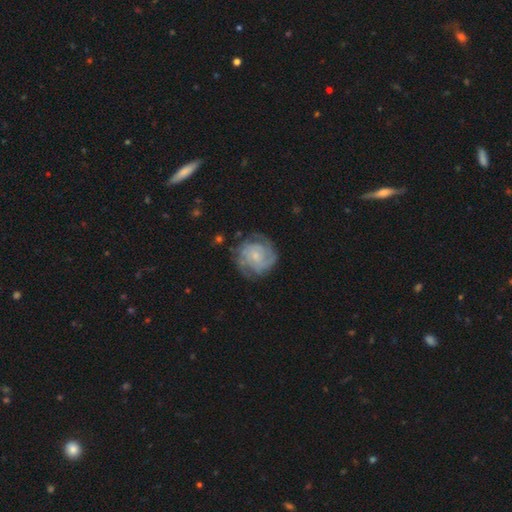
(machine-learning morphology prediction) This is clearly a featured or disk galaxy (85%). It is clearly not viewed edge-on (98%). Bar: likely no (69%). Spiral arm pattern: clearly yes (96%). Spiral arm count: marginally 2 (42%). Spiral winding: likely tight (67%). Central bulge: likely small (69%). Merging: likely none (75%).